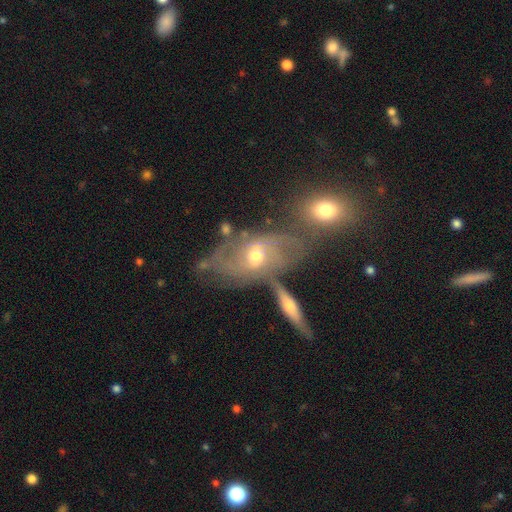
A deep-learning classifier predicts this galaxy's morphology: smooth-or-featured: featured or disk: 72% | smooth: 16% | star or artifact: 11%
  disk-edge-on: no: 86% | yes: 14%
    bar: no: 64% | weak: 29% | strong: 7%
    has-spiral-arms: yes: 79% | no: 21%
    bulge-size: moderate: 52% | small: 43% | large: 3% | none: 1% | dominant: 1%
  merging: none: 56% | merger: 20% | minor disturbance: 16% | major disturbance: 8%